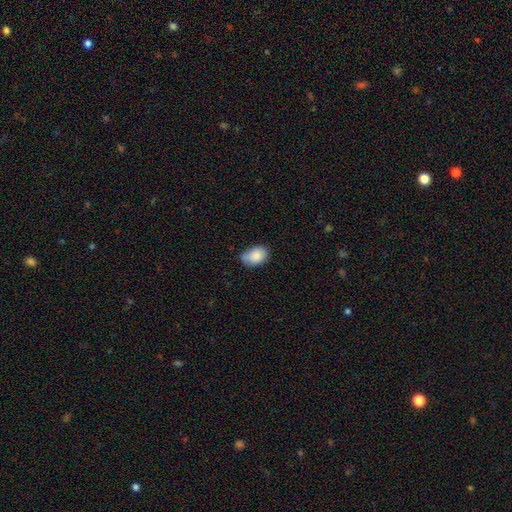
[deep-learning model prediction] Smooth or featured?
  - smooth: 86% *
  - star or artifact: 7%
  - featured or disk: 7%
How rounded?
  - in between: 84% *
  - round: 15%
  - cigar-shaped: 1%
Merging?
  - none: 59% *
  - minor disturbance: 32%
  - major disturbance: 5%
  - merger: 4%